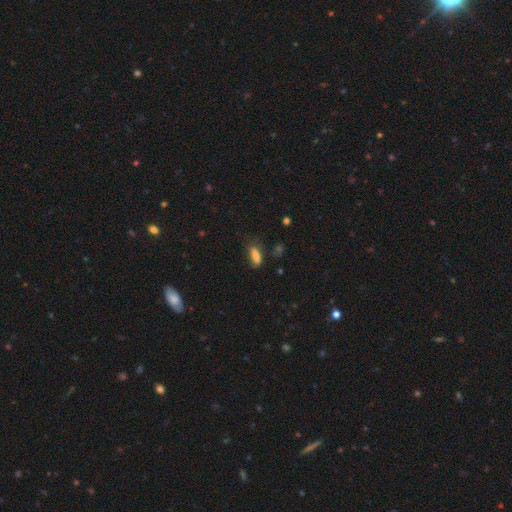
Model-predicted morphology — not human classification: Overall: smooth (79%). How rounded: in between (66%; cigar-shaped 30%). Merging: none (57%; minor disturbance 28%).